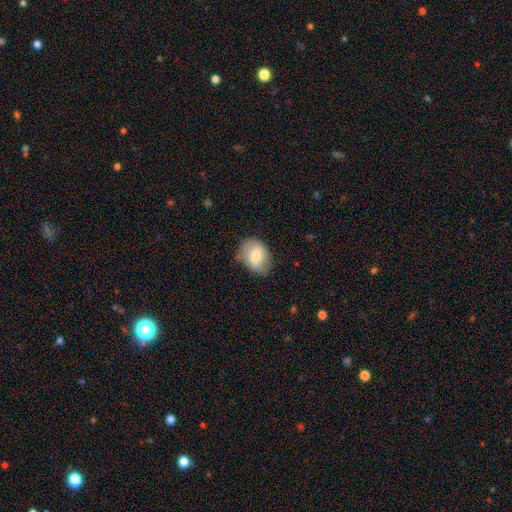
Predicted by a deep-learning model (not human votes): Overall: smooth (73%). How rounded: in between (67%; round 32%). Merging: none (69%).